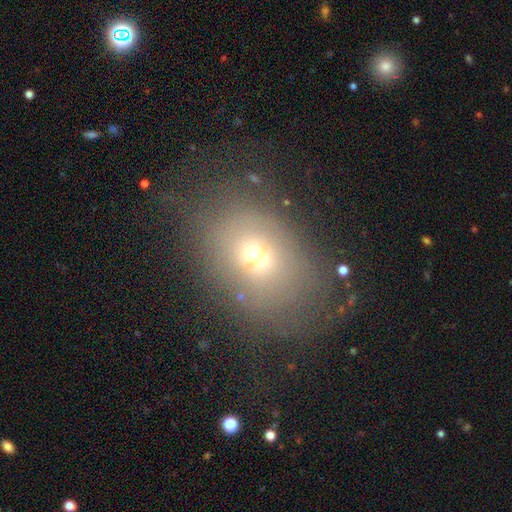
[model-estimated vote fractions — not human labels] The model was most divided on "how rounded": in between: 67%, round: 32%, cigar-shaped: 1%. More confident: smooth or featured — smooth (61%); merging — none (60%).